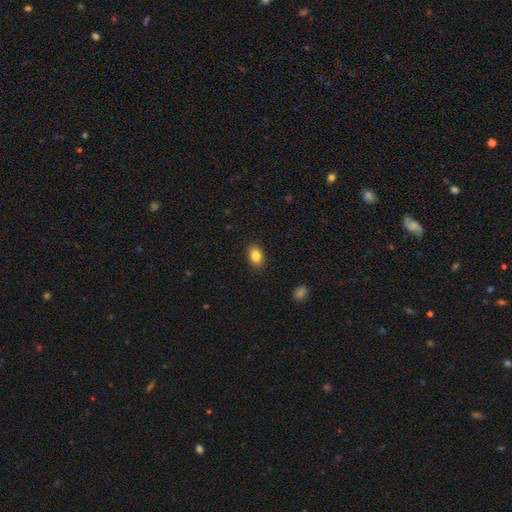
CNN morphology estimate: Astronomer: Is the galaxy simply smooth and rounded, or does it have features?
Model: smooth — 85%.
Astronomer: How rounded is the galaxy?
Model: in between — 84%.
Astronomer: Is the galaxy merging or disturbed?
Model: none — 88%.